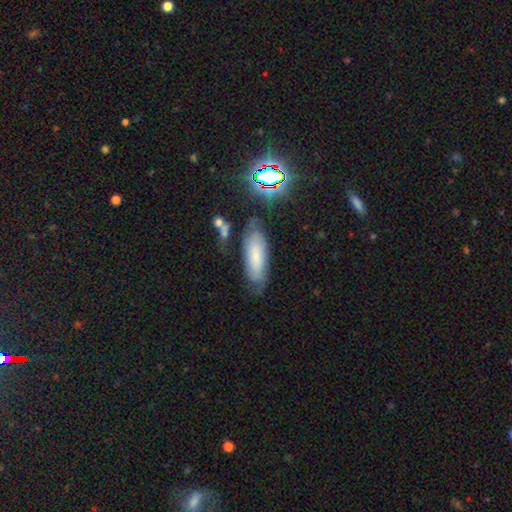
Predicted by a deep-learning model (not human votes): Smooth or featured?
  - smooth: 55% *
  - featured or disk: 32%
  - star or artifact: 12%
How rounded?
  - in between: 63% *
  - cigar-shaped: 34%
  - round: 2%
Merging?
  - none: 68% *
  - minor disturbance: 20%
  - major disturbance: 7%
  - merger: 4%